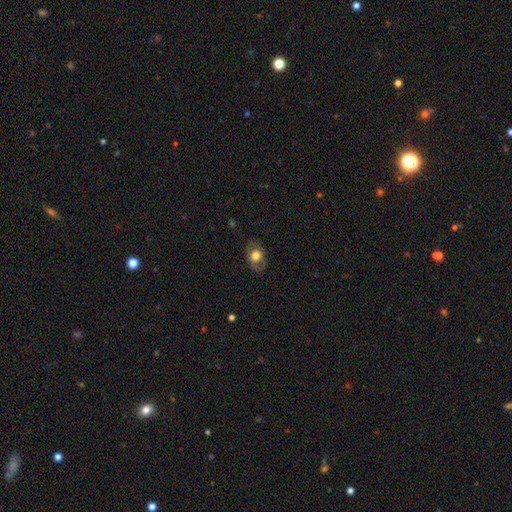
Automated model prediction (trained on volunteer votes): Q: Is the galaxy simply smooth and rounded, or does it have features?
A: smooth — 59%.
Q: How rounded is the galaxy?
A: in between — 73%.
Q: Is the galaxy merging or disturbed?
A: none — 79%.